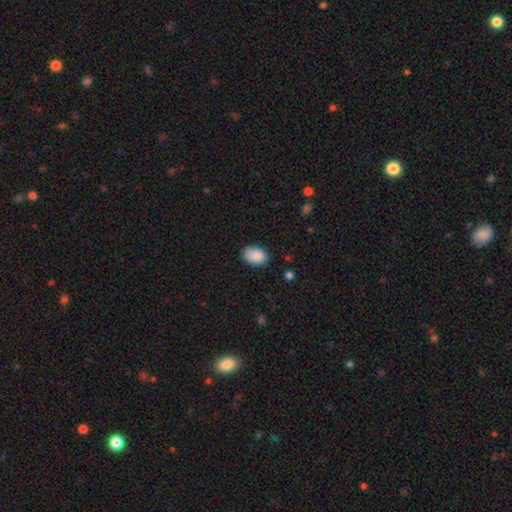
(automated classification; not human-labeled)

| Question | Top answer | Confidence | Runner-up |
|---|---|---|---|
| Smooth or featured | smooth | 89% | star or artifact (7%) |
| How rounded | in between | 85% | round (14%) |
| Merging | none | 84% | minor disturbance (13%) |